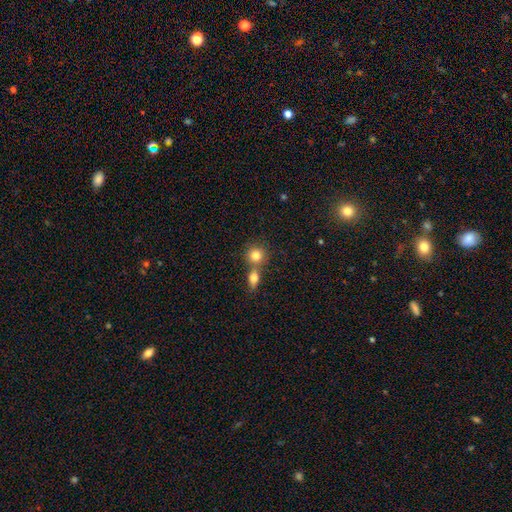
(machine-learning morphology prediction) This is clearly a smooth galaxy (82%). How rounded: clearly round (84%). Merging: possibly none (49%).